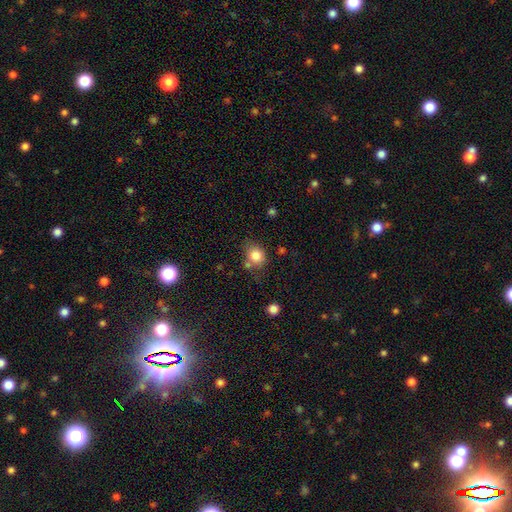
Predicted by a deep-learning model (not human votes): Smooth or featured? Predicted: smooth (p=0.83). How rounded? Predicted: round (p=0.67). Merging? Predicted: none (p=0.61).